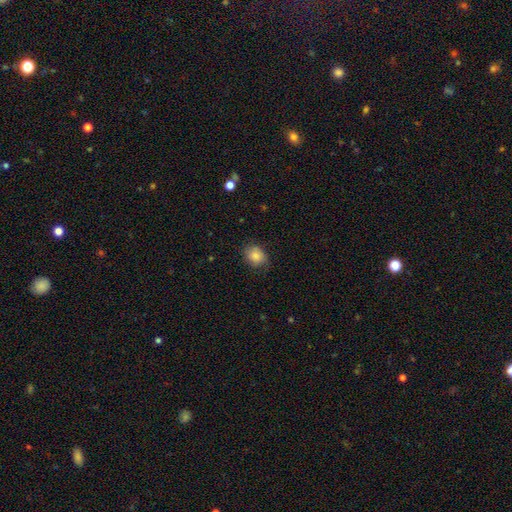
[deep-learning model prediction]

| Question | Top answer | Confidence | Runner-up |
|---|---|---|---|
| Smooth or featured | smooth | 84% | star or artifact (8%) |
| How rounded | round | 55% | in between (44%) |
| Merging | none | 74% | minor disturbance (20%) |